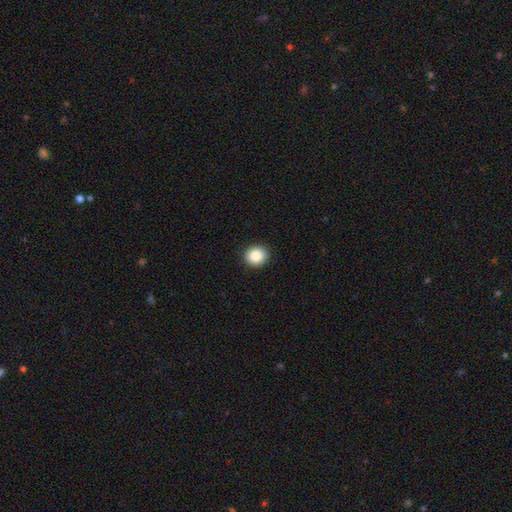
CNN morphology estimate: type=smooth (86%); roundness=round (79%); merging=none (91%).